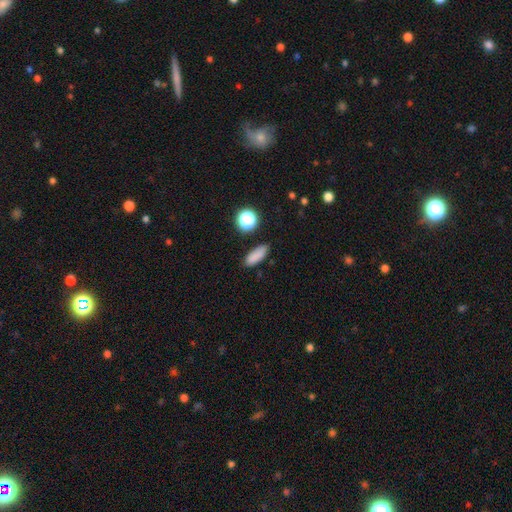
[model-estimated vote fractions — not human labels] Smooth or featured?
  - smooth: 83% *
  - star or artifact: 11%
  - featured or disk: 5%
How rounded?
  - in between: 65% *
  - cigar-shaped: 29%
  - round: 6%
Merging?
  - none: 84% *
  - minor disturbance: 11%
  - major disturbance: 3%
  - merger: 2%